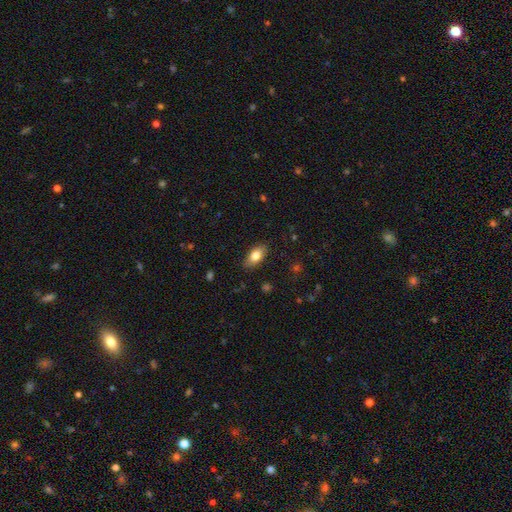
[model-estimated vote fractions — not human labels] Smooth or featured: smooth — 80% (featured or disk — 13%)
How rounded: in between — 89% (cigar-shaped — 7%)
Merging: none — 85% (minor disturbance — 12%)